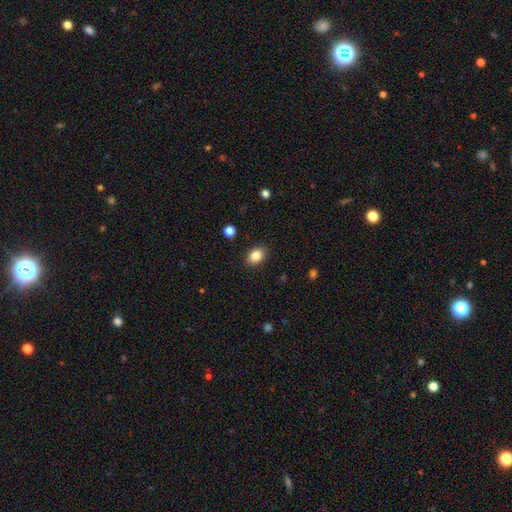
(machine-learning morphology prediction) A smooth galaxy with no disk features (86%) that is in between round and cigar-shaped (74%). Merging: none (88%).